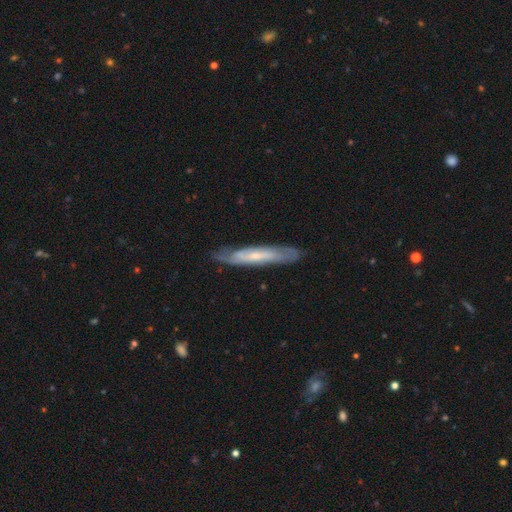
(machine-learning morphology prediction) A featured or disk galaxy (62%) viewed edge-on (64%).

Vote fractions:
- Smooth or featured? featured or disk: 62% / smooth: 32% / star or artifact: 6%
- Edge-on disk? yes: 64% / no: 36%
- Merging? none: 81% / minor disturbance: 15% / major disturbance: 3% / merger: 1%